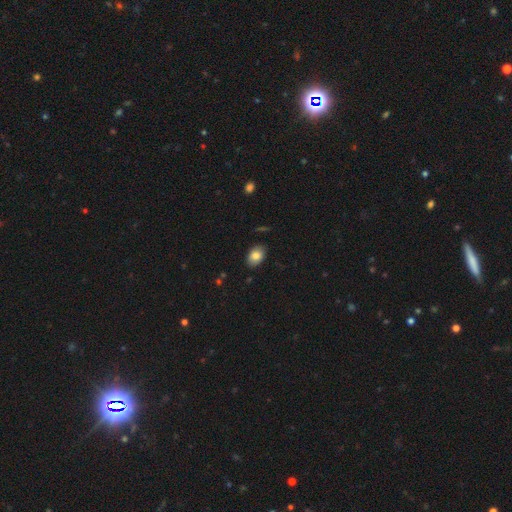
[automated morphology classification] smooth-or-featured: smooth: 83% | featured or disk: 9% | star or artifact: 8%
  how-rounded: in between: 81% | round: 18% | cigar-shaped: 1%
  merging: none: 86% | minor disturbance: 11% | major disturbance: 2% | merger: 1%